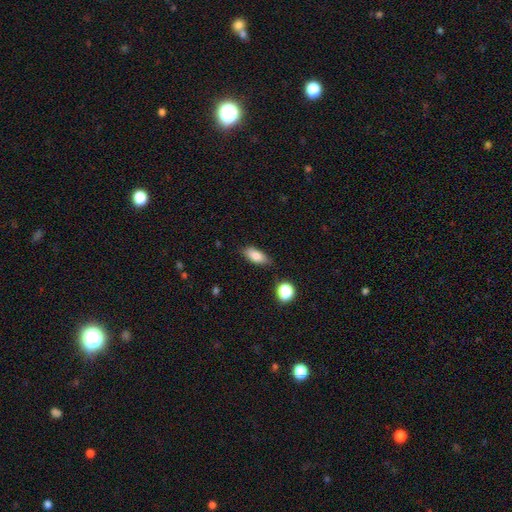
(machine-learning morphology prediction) smooth-or-featured: smooth: 81% | featured or disk: 10% | star or artifact: 9%
  how-rounded: in between: 82% | cigar-shaped: 14% | round: 4%
  merging: none: 78% | minor disturbance: 16% | major disturbance: 3% | merger: 3%